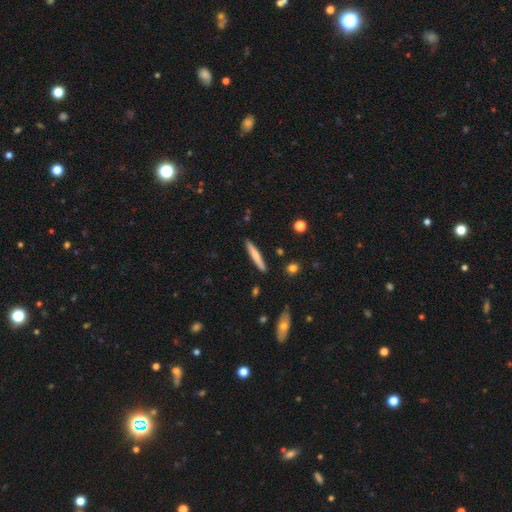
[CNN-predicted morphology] type=smooth (66%); roundness=cigar-shaped (94%); merging=none (89%).